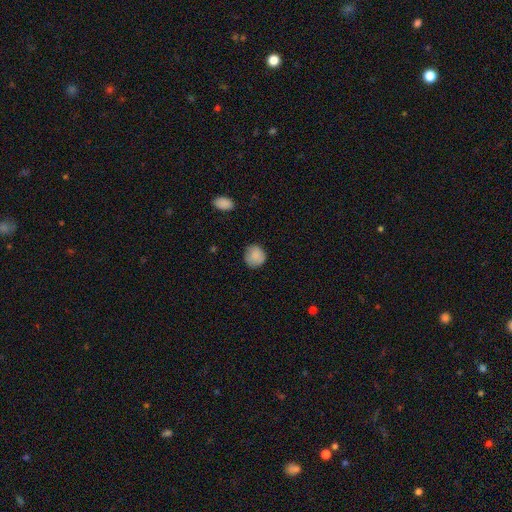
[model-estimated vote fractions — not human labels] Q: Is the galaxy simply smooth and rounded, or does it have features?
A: smooth — 87%.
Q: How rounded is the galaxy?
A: round — 89%.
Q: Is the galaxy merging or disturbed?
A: none — 83%.